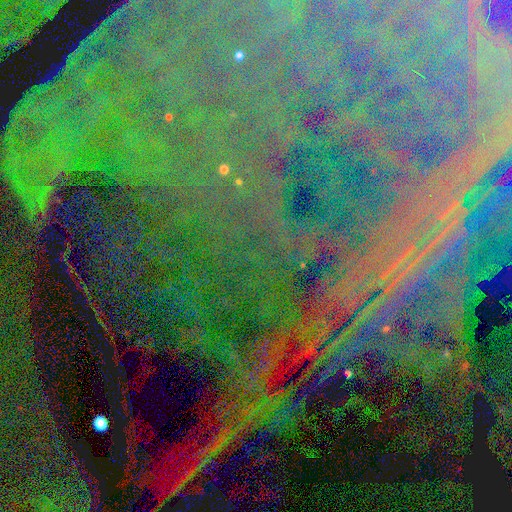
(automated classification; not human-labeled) Morphology: type=star or artifact (82%).